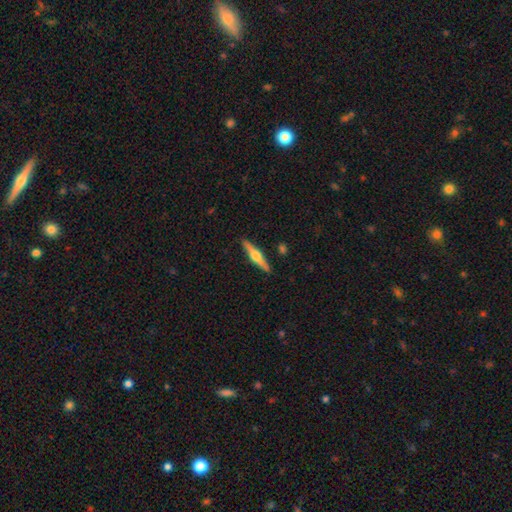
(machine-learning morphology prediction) A featured or disk galaxy (67%) viewed edge-on (97%) with a rounded central bulge (94%).

Vote fractions:
- Smooth or featured? featured or disk: 67% / smooth: 28% / star or artifact: 5%
- Edge-on disk? yes: 97% / no: 3%
- Edge-on bulge? rounded: 94% / boxy: 3% / none: 2%
- Merging? none: 90% / minor disturbance: 7% / merger: 1% / major disturbance: 1%